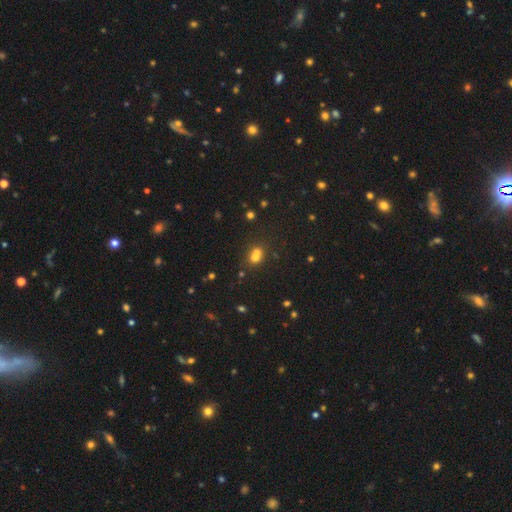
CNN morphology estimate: smooth 65%, star or artifact 20%, featured or disk 15%. Down the decision tree: how rounded — round (70%); merging — merger (55%).